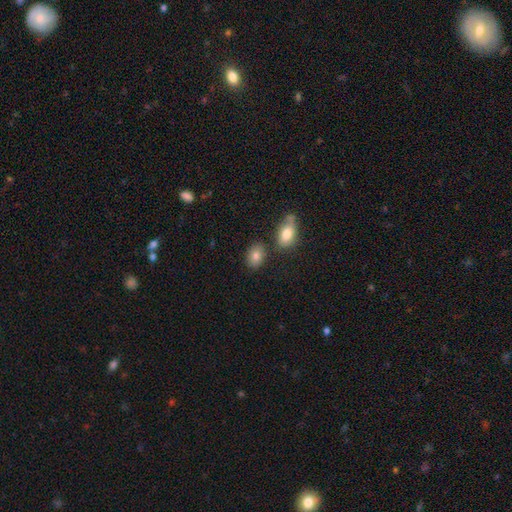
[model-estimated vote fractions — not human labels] Smooth or featured? smooth (83%)
How rounded? in between (77%)
Merging? none (75%)